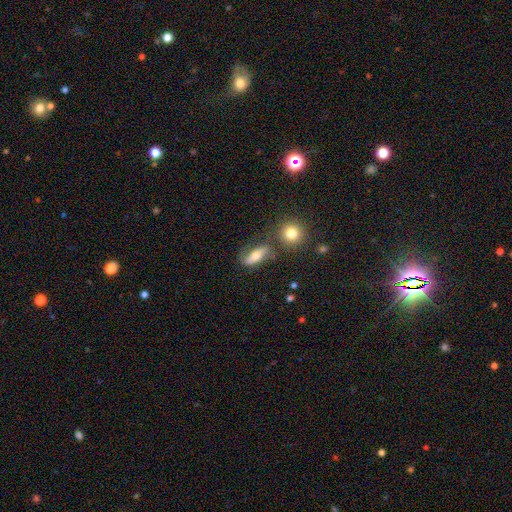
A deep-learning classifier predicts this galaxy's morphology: Smooth or featured? smooth (47%)
Merging? none (60%)